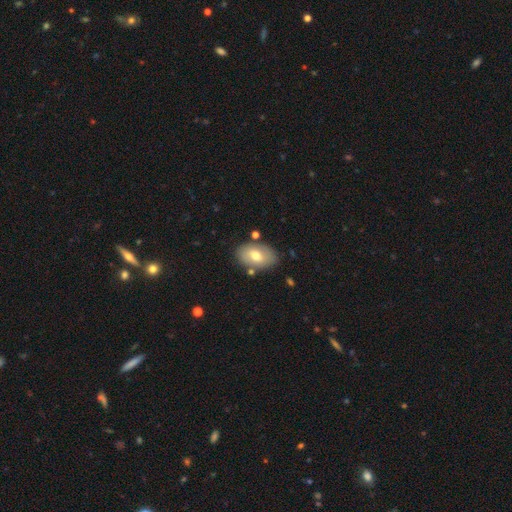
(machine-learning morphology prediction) smooth-or-featured: smooth: 67% | featured or disk: 26% | star or artifact: 7%
  how-rounded: in between: 88% | round: 11% | cigar-shaped: 1%
  merging: none: 79% | minor disturbance: 13% | merger: 5% | major disturbance: 3%